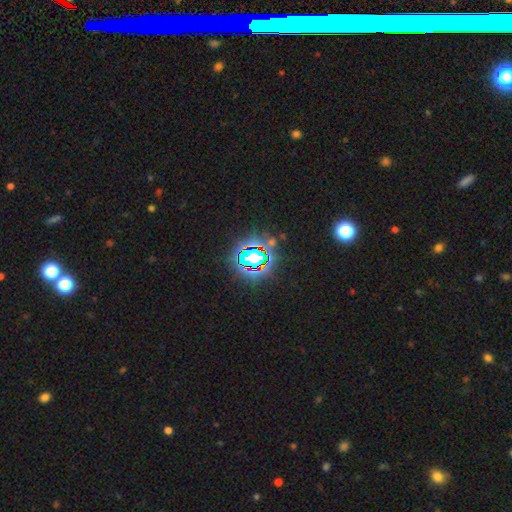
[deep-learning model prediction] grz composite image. It shows a star or artifact, not a galaxy (69%).